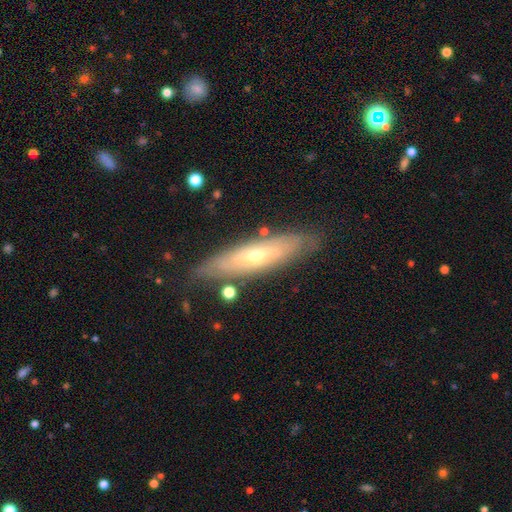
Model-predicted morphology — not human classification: Smooth or featured?
  - featured or disk: 63% *
  - smooth: 30%
  - star or artifact: 7%
Edge-on disk?
  - yes: 52% *
  - no: 48%
Merging?
  - none: 80% *
  - minor disturbance: 14%
  - major disturbance: 4%
  - merger: 3%